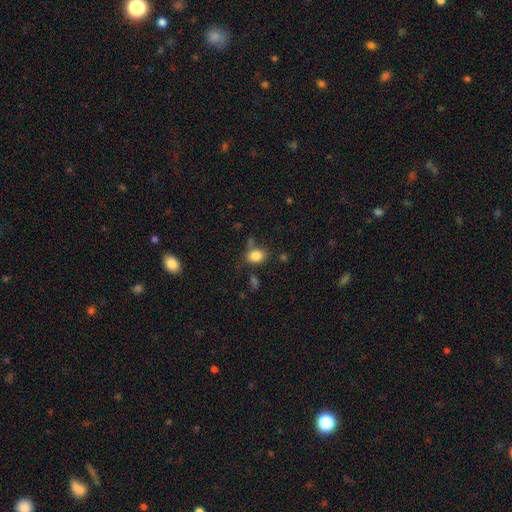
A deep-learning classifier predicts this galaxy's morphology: Smooth or featured: smooth — 83% (star or artifact — 11%)
How rounded: in between — 57% (round — 42%)
Merging: none — 69% (minor disturbance — 17%)